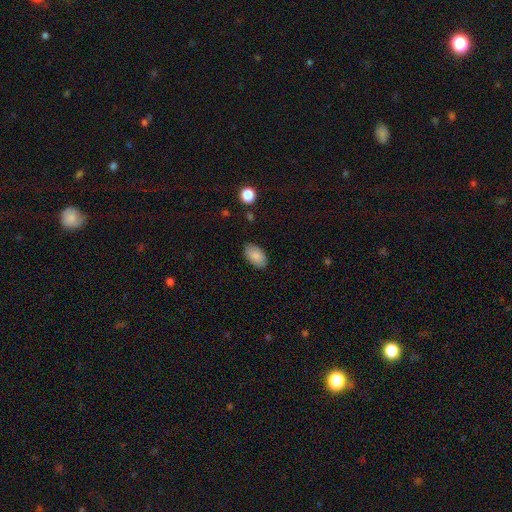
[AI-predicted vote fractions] smooth-or-featured: smooth: 87% | star or artifact: 7% | featured or disk: 6%
  how-rounded: in between: 94% | round: 5% | cigar-shaped: 2%
  merging: none: 85% | minor disturbance: 11% | major disturbance: 3% | merger: 1%